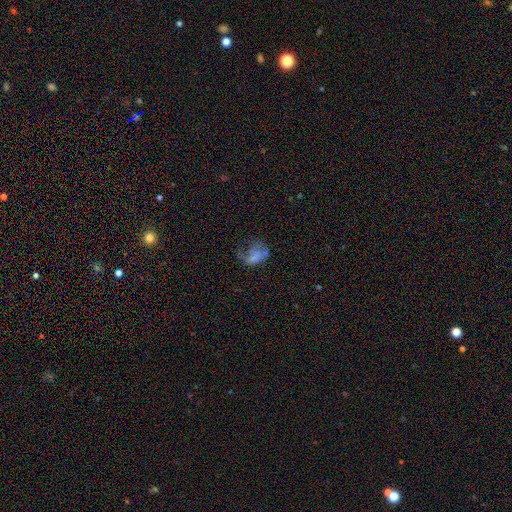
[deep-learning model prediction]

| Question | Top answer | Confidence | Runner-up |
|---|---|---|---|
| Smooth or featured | smooth | 47% | featured or disk (38%) |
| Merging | major disturbance | 48% | none (25%) |